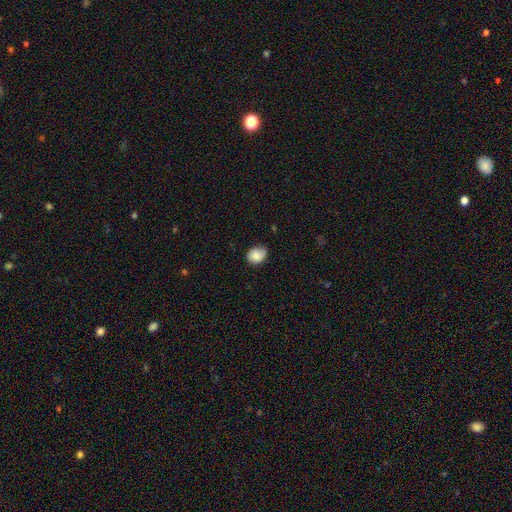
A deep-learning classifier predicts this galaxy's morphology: This appears to be a smooth galaxy with no disk features (81%) that is round (52%). Merging: none (67%).